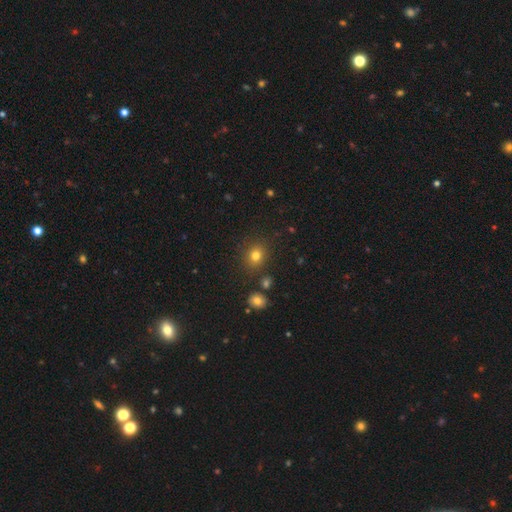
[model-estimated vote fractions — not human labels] Smooth or featured? smooth (78%)
How rounded? round (71%)
Merging? none (83%)